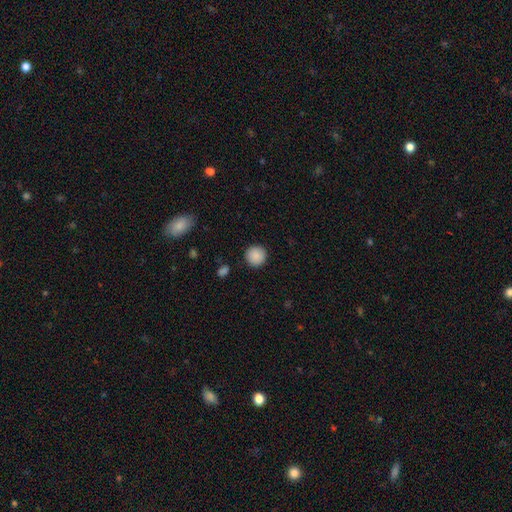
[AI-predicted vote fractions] Overall: smooth (89%). How rounded: round (95%). Merging: none (91%).